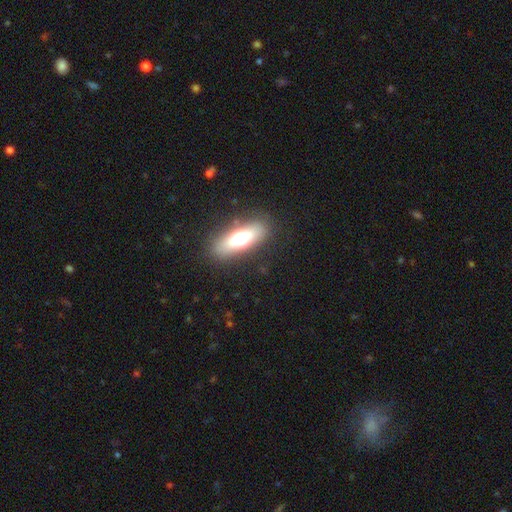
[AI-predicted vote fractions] smooth-or-featured: smooth: 57% | featured or disk: 34% | star or artifact: 9%
  how-rounded: in between: 58% | cigar-shaped: 39% | round: 3%
  merging: none: 88% | minor disturbance: 8% | major disturbance: 3% | merger: 1%